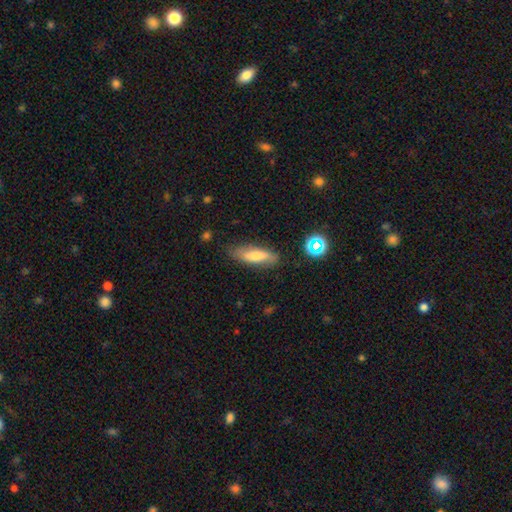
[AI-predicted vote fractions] smooth-or-featured: smooth: 64% | featured or disk: 28% | star or artifact: 9%
  how-rounded: cigar-shaped: 55% | in between: 43% | round: 3%
  merging: none: 79% | minor disturbance: 16% | major disturbance: 3% | merger: 2%